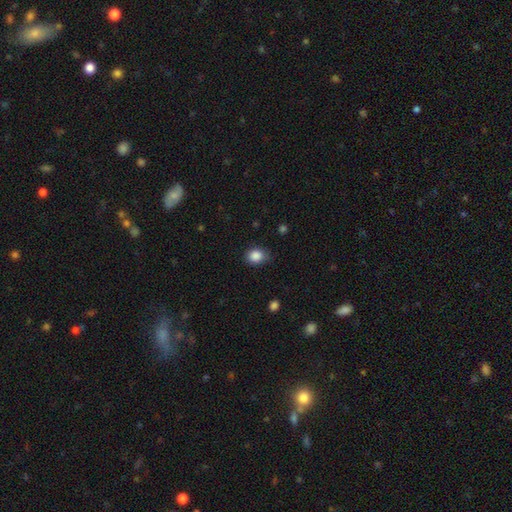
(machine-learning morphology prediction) smooth_or_featured: smooth (p=0.87) [alt: star or artifact p=0.09]
how_rounded: round (p=0.55) [alt: in between p=0.44]
merging: none (p=0.74) [alt: minor disturbance p=0.20]